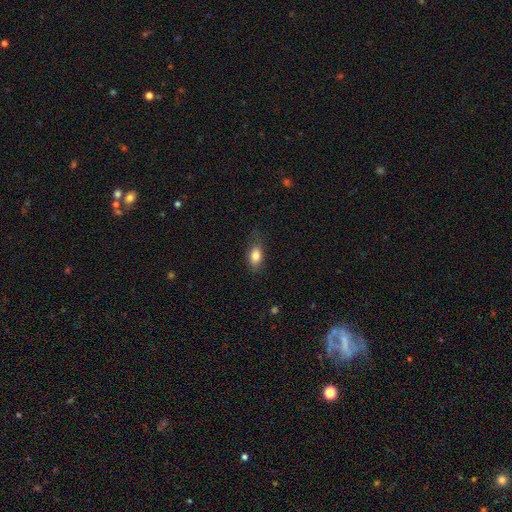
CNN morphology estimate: Smooth or featured?
  - smooth: 83% *
  - featured or disk: 9%
  - star or artifact: 8%
How rounded?
  - in between: 86% *
  - round: 10%
  - cigar-shaped: 4%
Merging?
  - none: 72% *
  - minor disturbance: 20%
  - major disturbance: 6%
  - merger: 1%